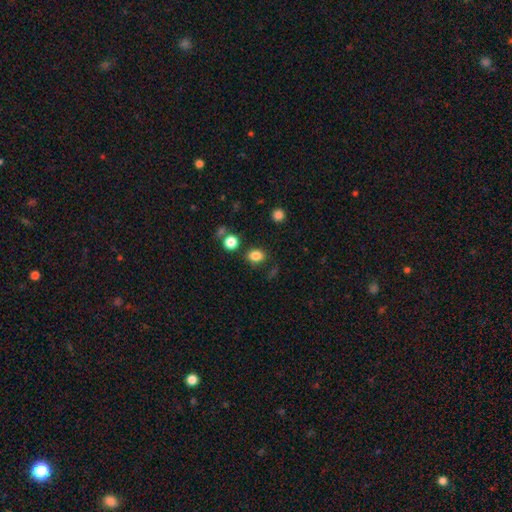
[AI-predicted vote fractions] This is clearly a smooth galaxy (83%). How rounded: possibly in between (54%). Merging: clearly none (80%).